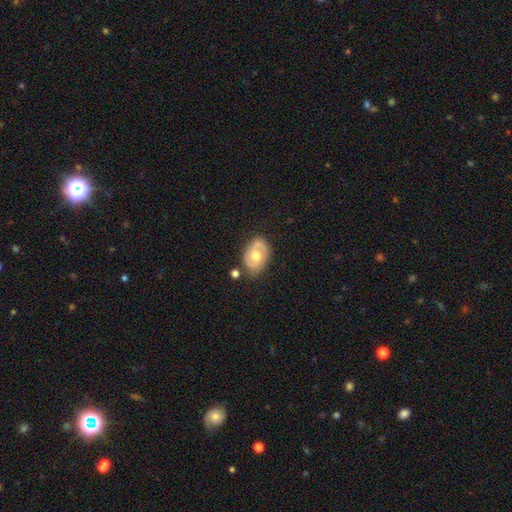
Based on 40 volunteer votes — This is likely a featured or disk galaxy (70%). It is clearly not viewed edge-on (96%). Bar: likely no (63%). Spiral arm pattern: possibly yes (59%). Spiral arm count: likely 2 (75%). Spiral winding: possibly tight (50%, tied with medium). Central bulge: likely moderate (67%). Merging: possibly none (58%).